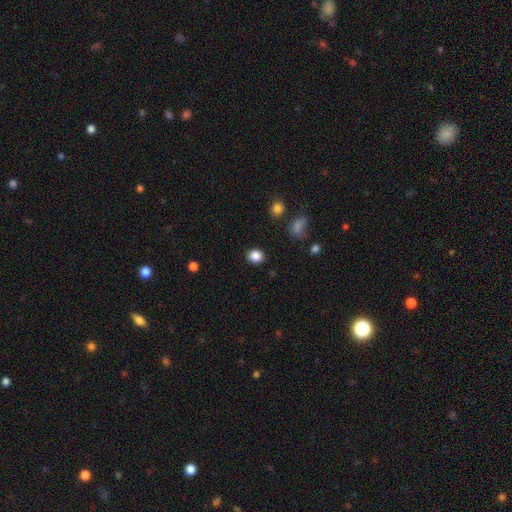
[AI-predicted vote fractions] Smooth or featured: smooth — 86% (star or artifact — 10%)
How rounded: round — 74% (in between — 25%)
Merging: none — 89% (minor disturbance — 7%)